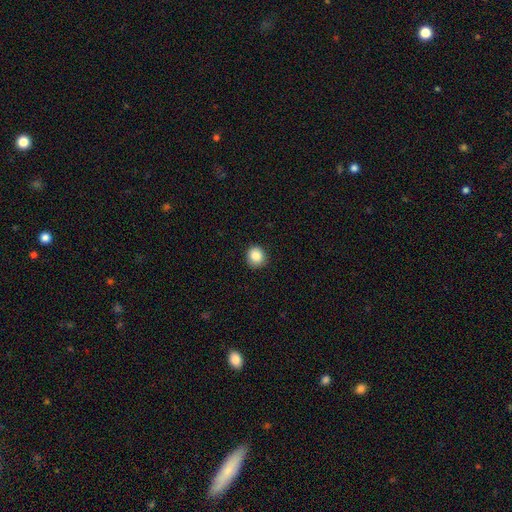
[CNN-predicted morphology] Overall: smooth (87%). How rounded: round (85%). Merging: none (90%).